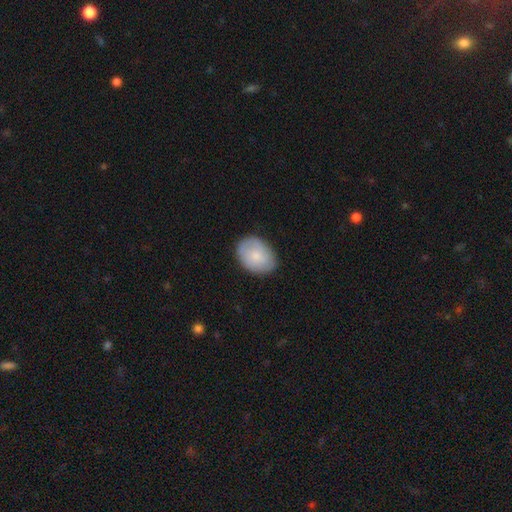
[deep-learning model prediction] smooth 73%, featured or disk 21%, star or artifact 6%. Down the decision tree: how rounded — in between (72%); merging — none (80%).